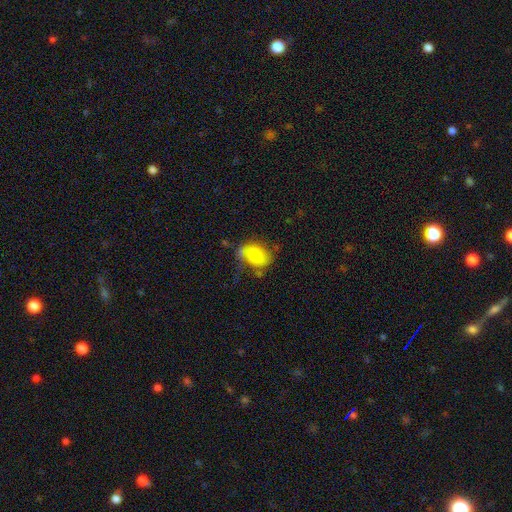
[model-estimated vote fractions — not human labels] A smooth galaxy with no disk features (65%) that is in between round and cigar-shaped (64%). Merging: none (40%).